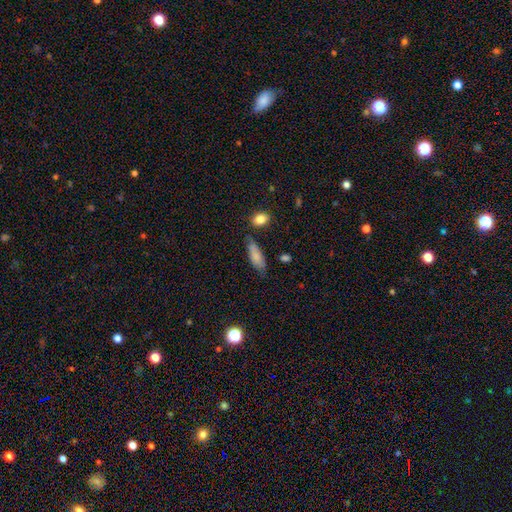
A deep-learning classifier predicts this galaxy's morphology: smooth-or-featured: smooth: 81% | featured or disk: 12% | star or artifact: 7%
  how-rounded: in between: 58% | cigar-shaped: 40% | round: 2%
  merging: none: 69% | minor disturbance: 22% | major disturbance: 5% | merger: 5%